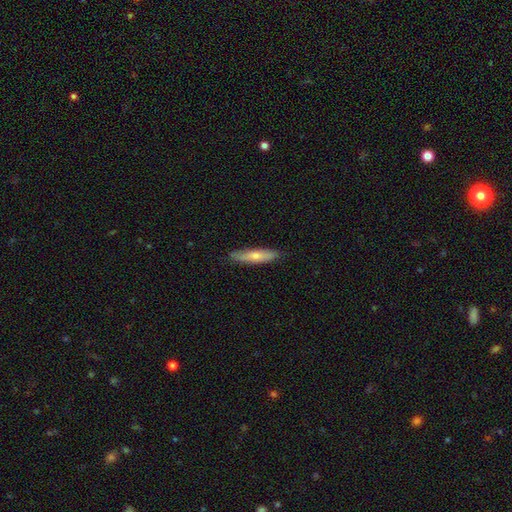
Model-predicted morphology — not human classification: Overall: smooth (60%; featured or disk 34%). How rounded: cigar-shaped (80%). Merging: none (85%).